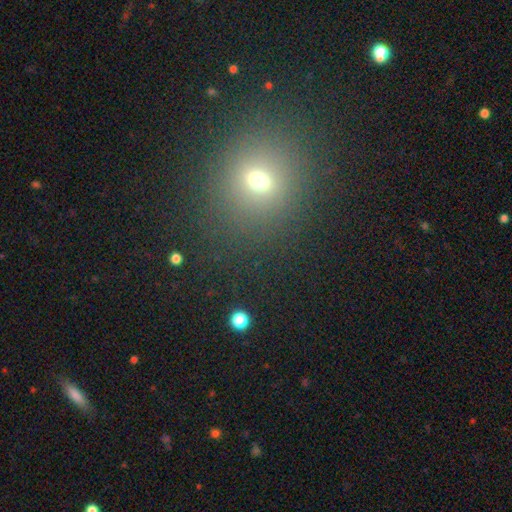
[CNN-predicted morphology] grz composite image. It shows a smooth galaxy with no disk features (57%) that is round (80%). Merging: none (89%).